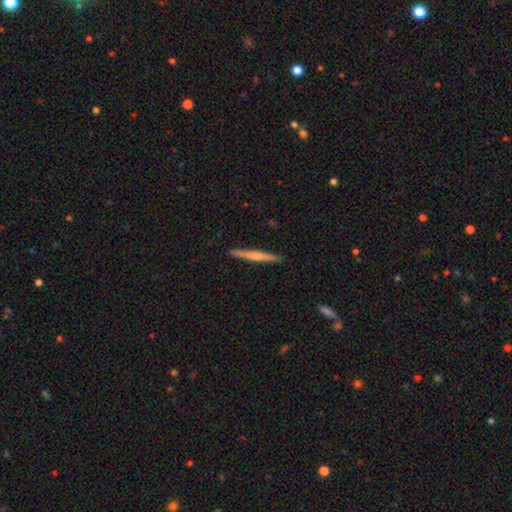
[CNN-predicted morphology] The model was most divided on "smooth or featured": featured or disk: 51%, smooth: 43%, star or artifact: 5%. More confident: edge-on disk — yes (98%); merging — none (91%); edge-on bulge — rounded (50%).